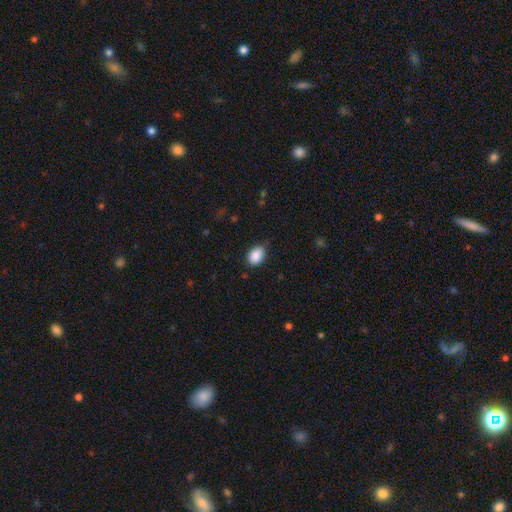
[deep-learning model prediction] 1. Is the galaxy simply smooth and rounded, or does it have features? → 89% smooth, 8% star or artifact, 4% featured or disk.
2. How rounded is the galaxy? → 75% in between, 24% round, 1% cigar-shaped.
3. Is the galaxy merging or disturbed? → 76% none, 20% minor disturbance, 4% major disturbance, 1% merger.